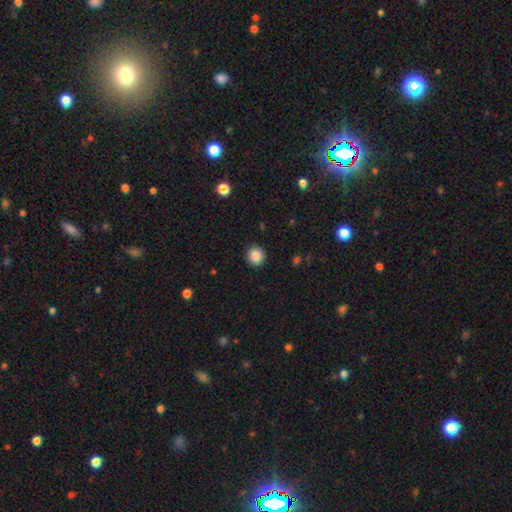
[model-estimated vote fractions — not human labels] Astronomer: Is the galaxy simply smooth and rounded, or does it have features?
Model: smooth — 87%.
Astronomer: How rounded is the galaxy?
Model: round — 93%.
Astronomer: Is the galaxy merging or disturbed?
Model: none — 92%.